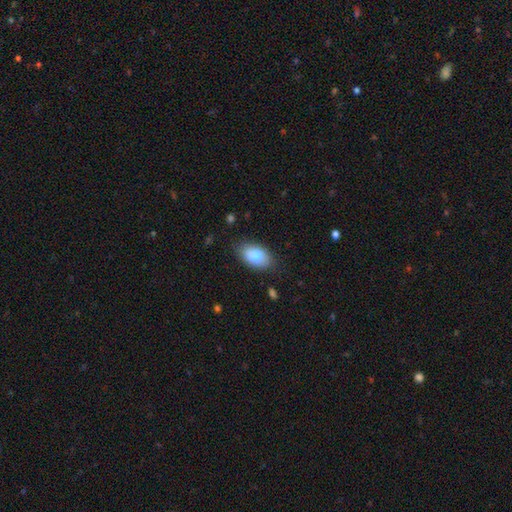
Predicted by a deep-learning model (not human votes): smooth-or-featured: smooth: 81% | featured or disk: 13% | star or artifact: 7%
  how-rounded: in between: 93% | round: 6% | cigar-shaped: 2%
  merging: none: 80% | minor disturbance: 15% | major disturbance: 3% | merger: 2%